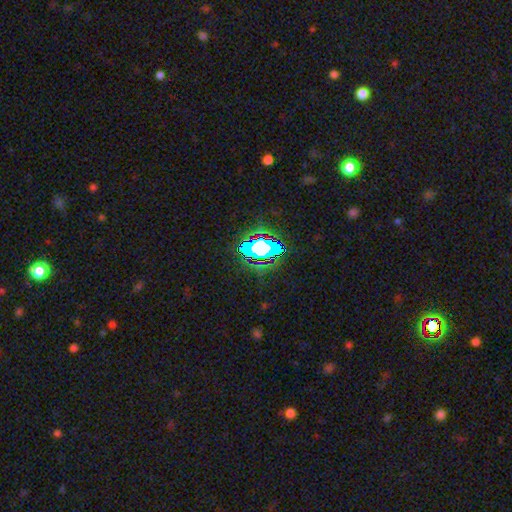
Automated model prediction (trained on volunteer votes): smooth-or-featured: star or artifact: 77% | smooth: 15% | featured or disk: 9%